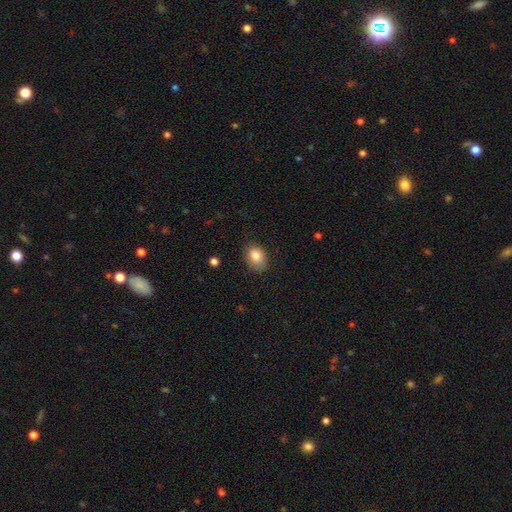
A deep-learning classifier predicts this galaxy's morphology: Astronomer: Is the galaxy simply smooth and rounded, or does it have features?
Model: smooth — 85%.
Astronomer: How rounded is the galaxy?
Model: in between — 73%.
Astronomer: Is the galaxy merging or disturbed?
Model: none — 76%.